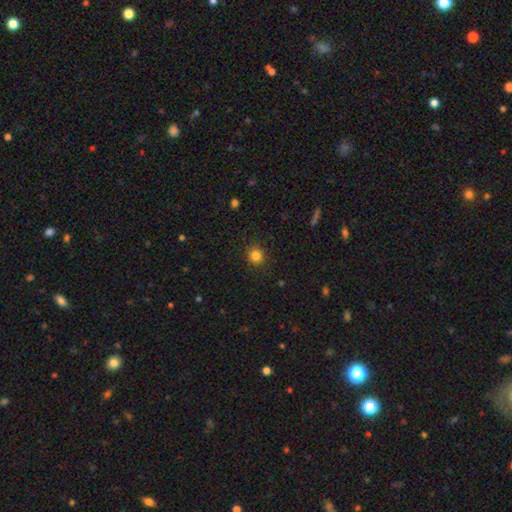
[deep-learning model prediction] This appears to be a smooth galaxy with no disk features (83%) that is round (91%). Merging: none (90%).